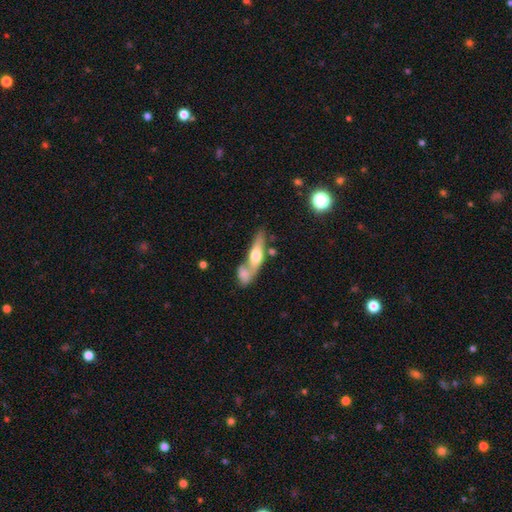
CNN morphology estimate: Smooth or featured? featured or disk (47%, tied with smooth)
Merging? merger (47%)